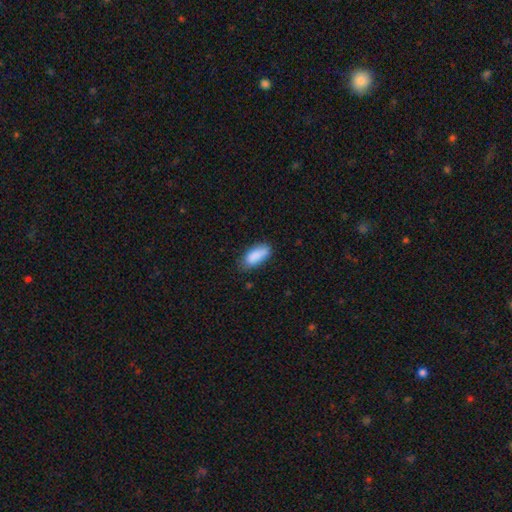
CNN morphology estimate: Overall: smooth (87%). How rounded: in between (85%). Merging: none (67%).